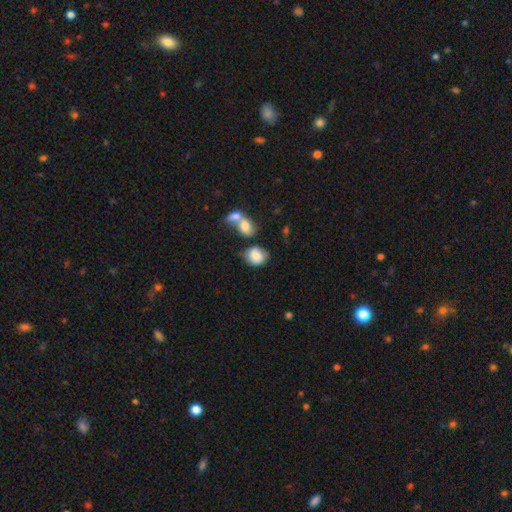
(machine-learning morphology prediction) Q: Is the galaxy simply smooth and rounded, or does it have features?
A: smooth — 82%.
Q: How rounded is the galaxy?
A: round — 56%.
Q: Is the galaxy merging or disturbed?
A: none — 45%.